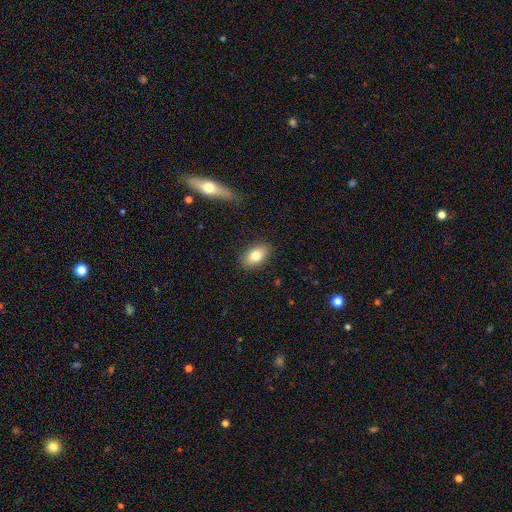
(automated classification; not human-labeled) A smooth galaxy with no disk features (80%) that is in between round and cigar-shaped (88%).

Vote fractions:
- Smooth or featured? smooth: 80% / featured or disk: 12% / star or artifact: 8%
- How rounded? in between: 88% / round: 10% / cigar-shaped: 2%
- Merging? none: 87% / minor disturbance: 9% / major disturbance: 2% / merger: 1%